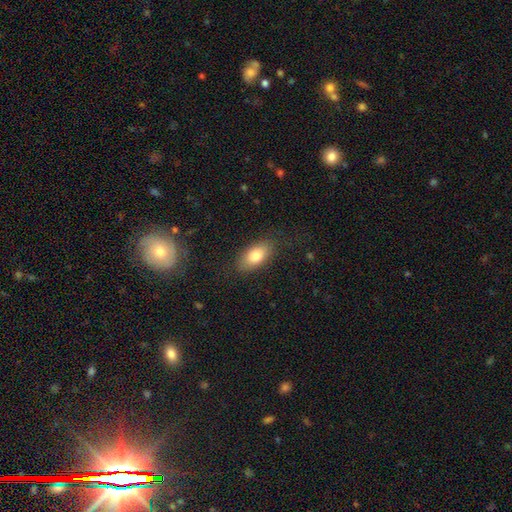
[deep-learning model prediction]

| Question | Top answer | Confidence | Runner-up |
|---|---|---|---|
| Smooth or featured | smooth | 79% | featured or disk (14%) |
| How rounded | in between | 90% | cigar-shaped (5%) |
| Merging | none | 82% | minor disturbance (13%) |